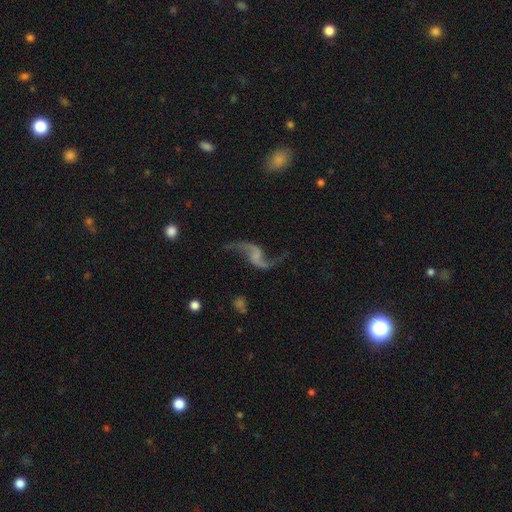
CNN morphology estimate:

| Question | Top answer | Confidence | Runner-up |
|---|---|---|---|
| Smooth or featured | featured or disk | 89% | star or artifact (6%) |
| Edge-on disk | no | 97% | yes (3%) |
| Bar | no | 49% | weak (38%) |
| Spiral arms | yes | 96% | no (4%) |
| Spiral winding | loose | 93% | medium (6%) |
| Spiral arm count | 2 | 94% | 1 (2%) |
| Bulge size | none | 56% | small (28%) |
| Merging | none | 74% | minor disturbance (13%) |